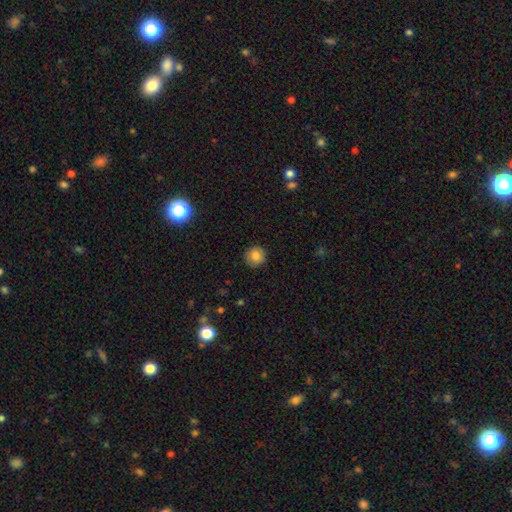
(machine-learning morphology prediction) Smooth or featured?
  - smooth: 82% *
  - star or artifact: 10%
  - featured or disk: 8%
How rounded?
  - round: 94% *
  - in between: 5%
  - cigar-shaped: 1%
Merging?
  - none: 90% *
  - minor disturbance: 7%
  - major disturbance: 2%
  - merger: 1%